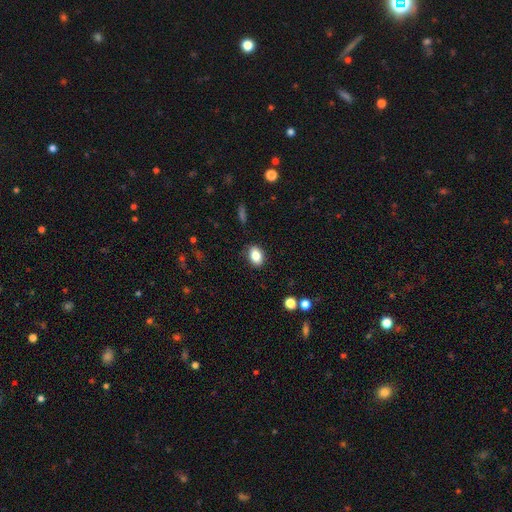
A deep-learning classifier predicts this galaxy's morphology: smooth_or_featured: smooth (p=0.83) [alt: star or artifact p=0.09]
how_rounded: in between (p=0.79) [alt: round p=0.19]
merging: none (p=0.85) [alt: minor disturbance p=0.11]